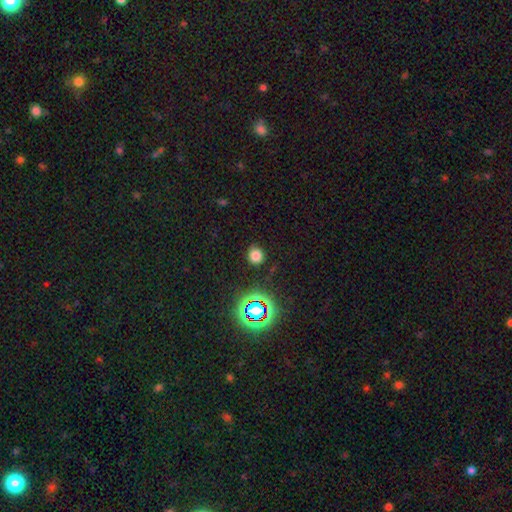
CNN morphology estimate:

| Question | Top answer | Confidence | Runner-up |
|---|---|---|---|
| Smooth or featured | smooth | 74% | star or artifact (21%) |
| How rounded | round | 89% | in between (10%) |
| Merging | none | 86% | minor disturbance (9%) |